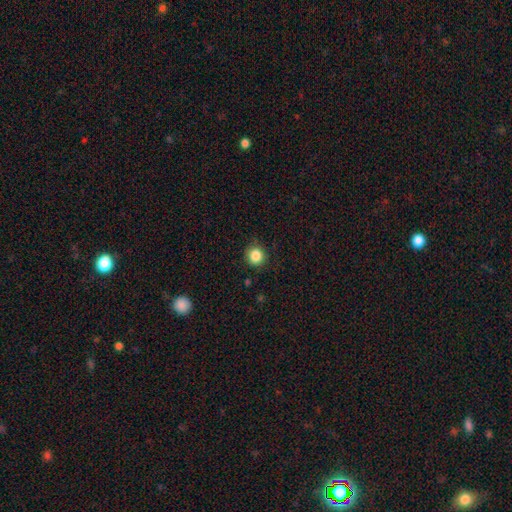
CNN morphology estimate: This is clearly a smooth galaxy (85%). How rounded: clearly round (90%). Merging: clearly none (86%).